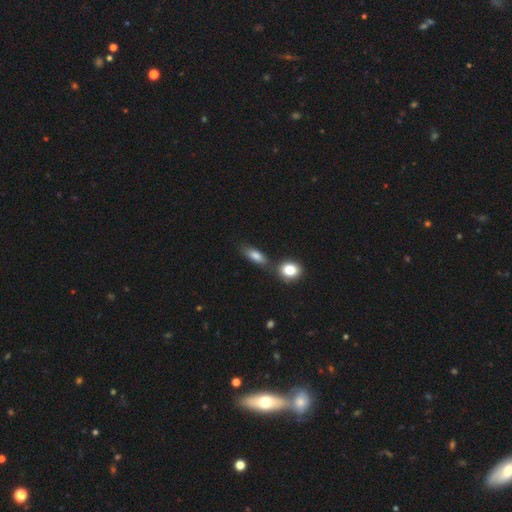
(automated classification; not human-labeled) The model was most divided on "merging": none: 61%, merger: 21%, minor disturbance: 13%, major disturbance: 4%. More confident: smooth or featured — smooth (81%); how rounded — in between (73%).